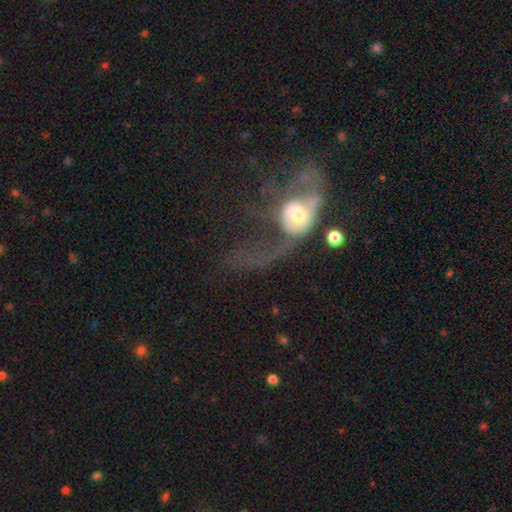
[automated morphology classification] smooth_or_featured: featured or disk (p=0.55) [alt: smooth p=0.32]
disk_edge_on: no (p=0.92) [alt: yes p=0.08]
bar: no (p=0.76) [alt: weak p=0.18]
has_spiral_arms: no (p=0.61) [alt: yes p=0.39]
bulge_size: moderate (p=0.53) [alt: small p=0.21]
merging: major disturbance (p=0.62) [alt: merger p=0.17]